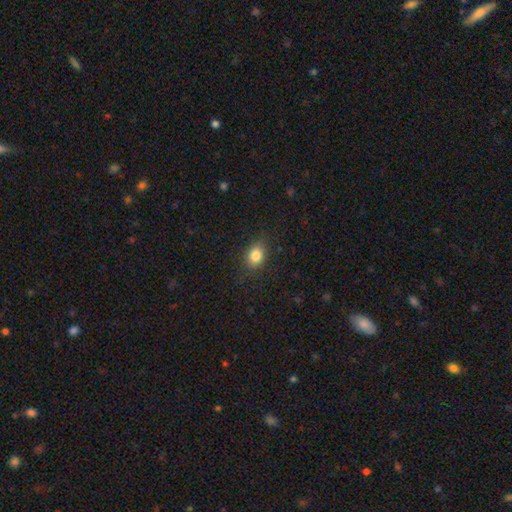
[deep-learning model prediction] smooth 83%, star or artifact 10%, featured or disk 6%. Down the decision tree: how rounded — in between (61%); merging — none (83%).